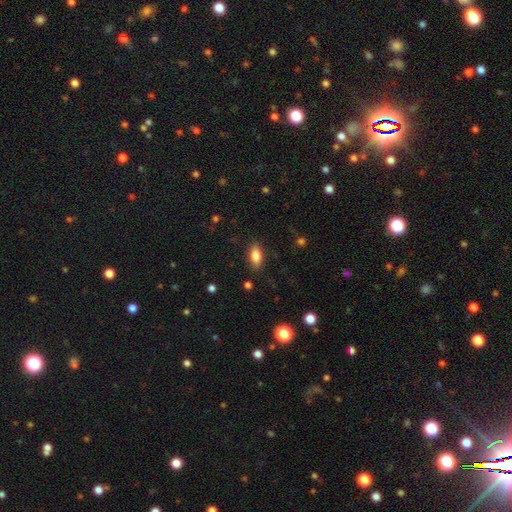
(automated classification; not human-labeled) A smooth galaxy with no disk features (82%) that is in between round and cigar-shaped (83%).

Vote fractions:
- Smooth or featured? smooth: 82% / featured or disk: 11% / star or artifact: 8%
- How rounded? in between: 83% / cigar-shaped: 13% / round: 3%
- Merging? none: 85% / minor disturbance: 11% / major disturbance: 3% / merger: 1%